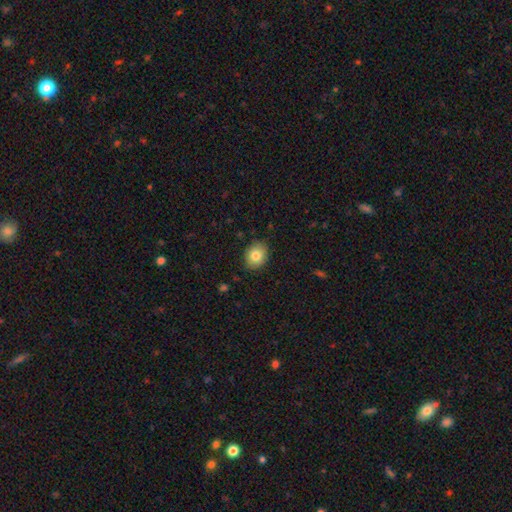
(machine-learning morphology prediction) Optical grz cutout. It shows a smooth galaxy with no disk features (82%) that is in between round and cigar-shaped (53%). Merging: none (86%).